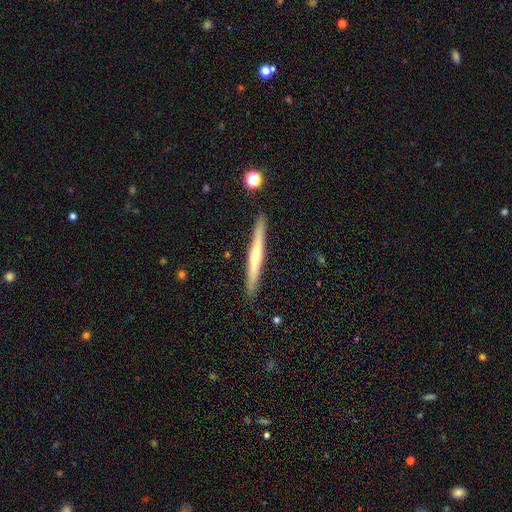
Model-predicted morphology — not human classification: A featured or disk galaxy (62%) viewed edge-on (97%) with a rounded central bulge (70%).

Vote fractions:
- Smooth or featured? featured or disk: 62% / smooth: 32% / star or artifact: 6%
- Edge-on disk? yes: 97% / no: 3%
- Edge-on bulge? rounded: 70% / none: 27% / boxy: 4%
- Merging? none: 91% / minor disturbance: 7% / major disturbance: 1% / merger: 1%